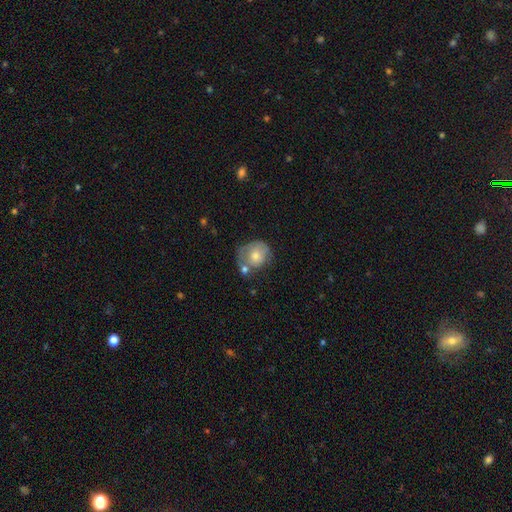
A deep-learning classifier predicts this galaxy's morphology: Smooth or featured: smooth — 52% (featured or disk — 39%)
How rounded: round — 75% (in between — 24%)
Merging: none — 45% (minor disturbance — 24%)